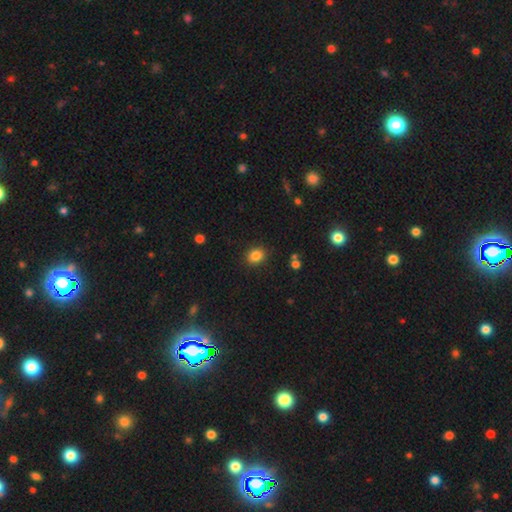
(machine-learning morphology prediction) A smooth galaxy with no disk features (84%) that is round (66%). Merging: none (88%).